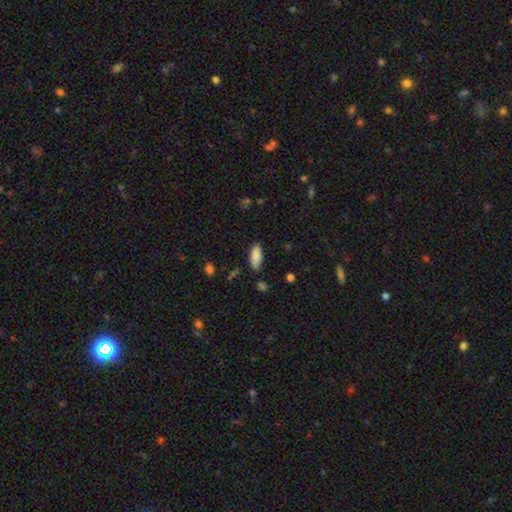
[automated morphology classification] Smooth or featured? Predicted: smooth (p=0.88). How rounded? Predicted: in between (p=0.77). Merging? Predicted: none (p=0.82).